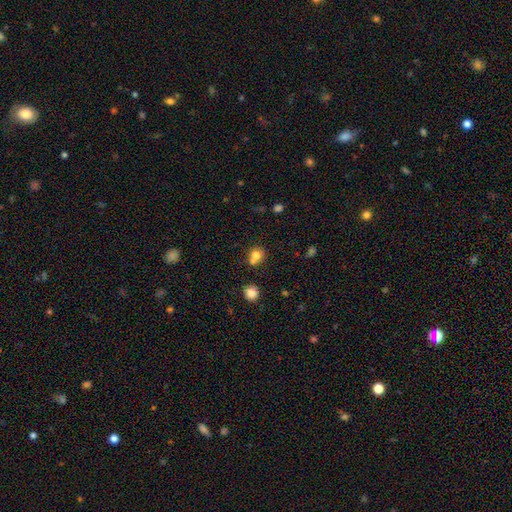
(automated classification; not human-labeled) Overall: smooth (75%). How rounded: round (76%). Merging: merger (44%; none 41%).